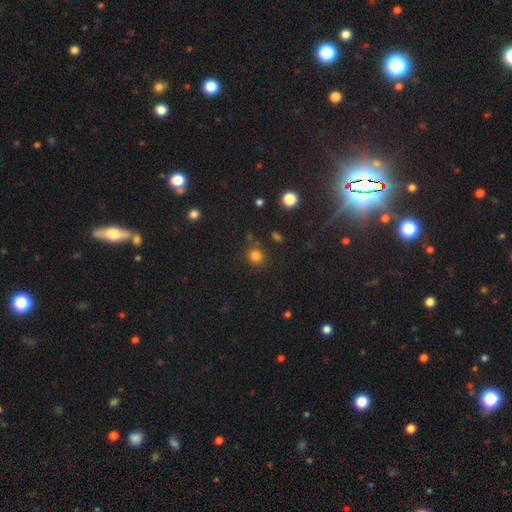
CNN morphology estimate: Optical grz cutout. It shows a smooth galaxy with no disk features (80%) that is round (85%). Merging: none (80%).